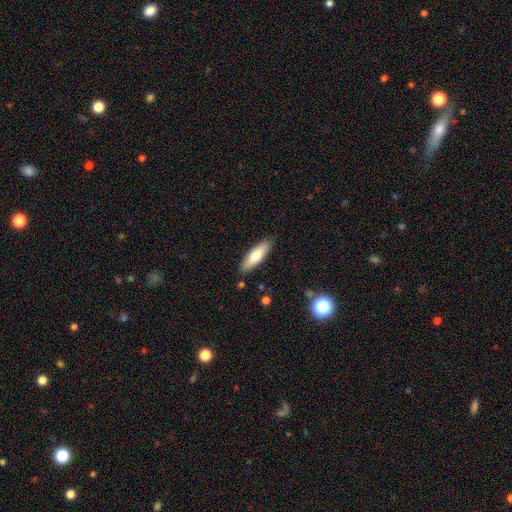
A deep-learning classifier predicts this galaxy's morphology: smooth-or-featured: smooth: 73% | featured or disk: 21% | star or artifact: 6%
  how-rounded: cigar-shaped: 55% | in between: 44% | round: 2%
  merging: none: 86% | minor disturbance: 10% | major disturbance: 2% | merger: 2%